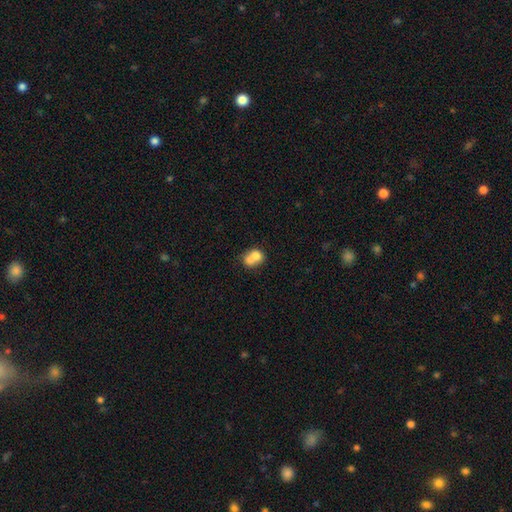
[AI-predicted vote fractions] Morphology: type=smooth (70%); roundness=round (58%); merging=merger (70%).